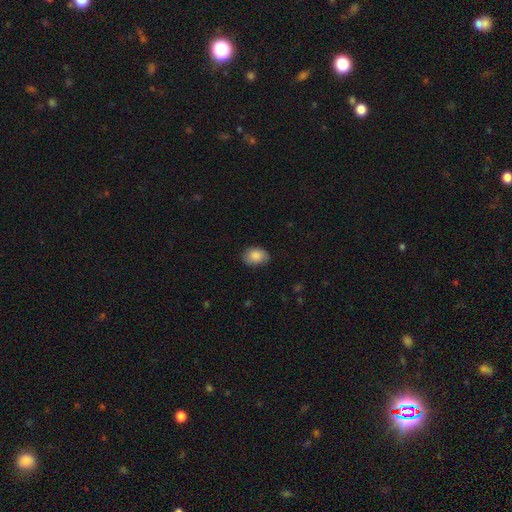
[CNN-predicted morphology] Smooth or featured? smooth (86%)
How rounded? in between (75%)
Merging? none (76%)